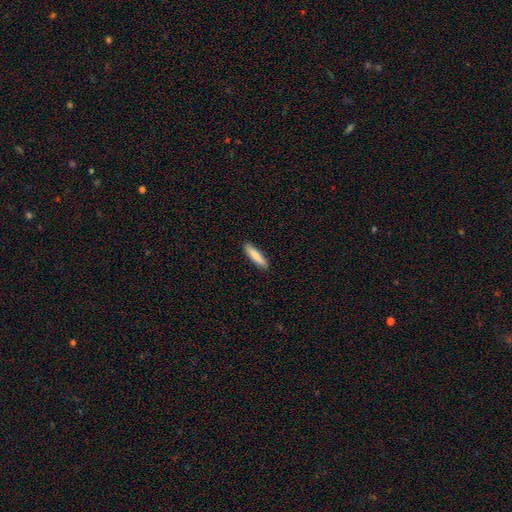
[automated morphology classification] Smooth or featured? Predicted: smooth (p=0.83). How rounded? Predicted: cigar-shaped (p=0.79). Merging? Predicted: none (p=0.91).